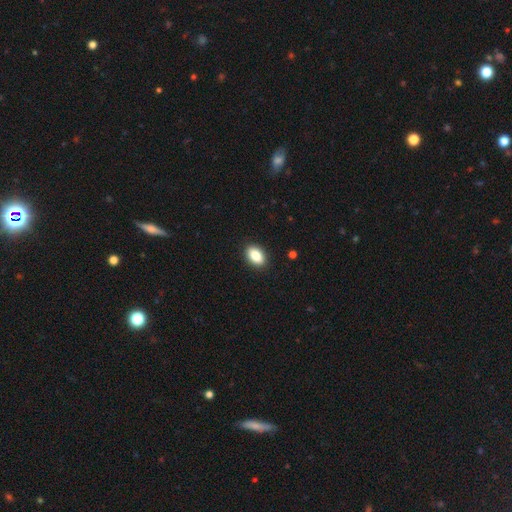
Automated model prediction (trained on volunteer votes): Smooth or featured?
  - smooth: 87% *
  - star or artifact: 7%
  - featured or disk: 6%
How rounded?
  - in between: 90% *
  - round: 8%
  - cigar-shaped: 2%
Merging?
  - none: 90% *
  - minor disturbance: 7%
  - major disturbance: 2%
  - merger: 1%